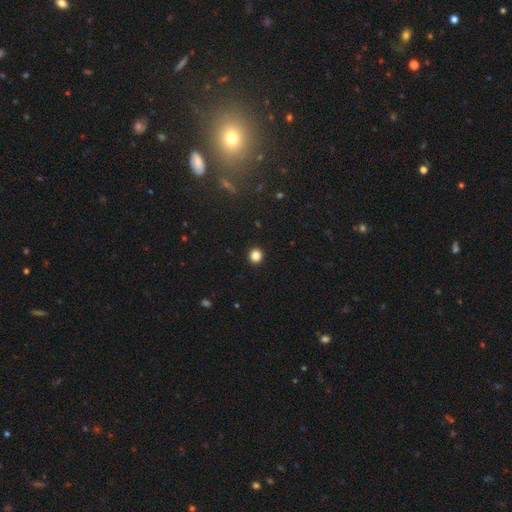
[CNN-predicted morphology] Smooth or featured? smooth (85%)
How rounded? round (91%)
Merging? none (94%)